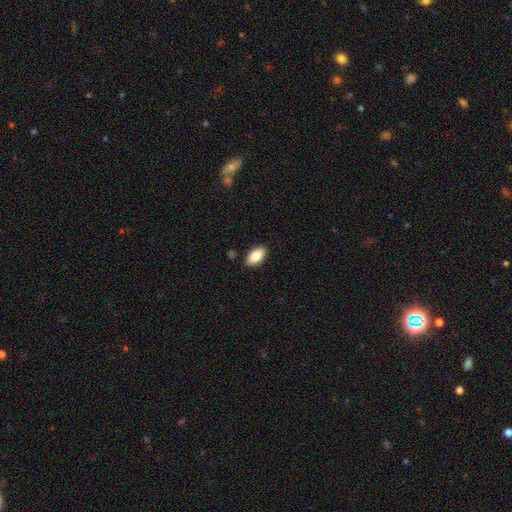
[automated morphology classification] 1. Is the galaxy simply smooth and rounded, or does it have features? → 83% smooth, 10% featured or disk, 7% star or artifact.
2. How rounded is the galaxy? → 93% in between, 4% cigar-shaped, 4% round.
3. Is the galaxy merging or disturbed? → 88% none, 9% minor disturbance, 2% major disturbance, 1% merger.